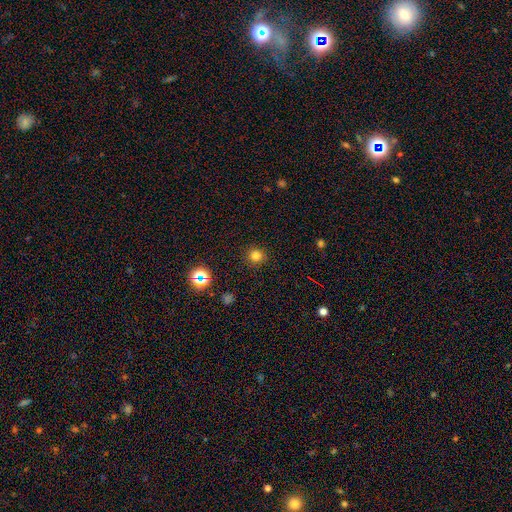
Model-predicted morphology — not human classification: This appears to be a smooth galaxy with no disk features (77%) that is round (93%). Merging: none (90%).